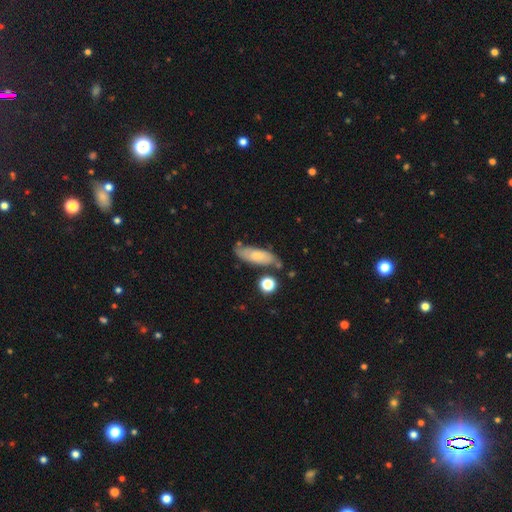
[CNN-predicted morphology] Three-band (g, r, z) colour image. It shows a smooth galaxy with no disk features (56%) that is in between round and cigar-shaped (59%). Merging: none (67%).